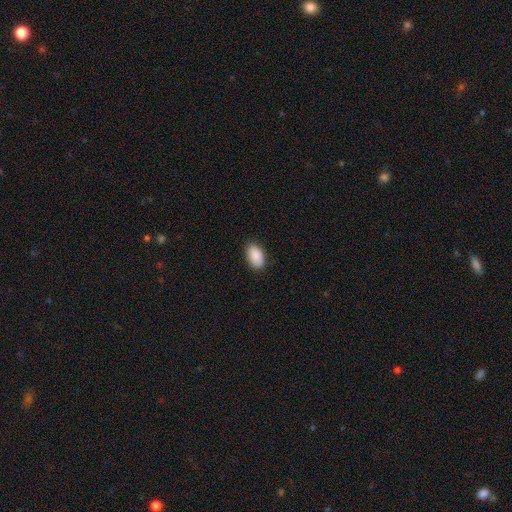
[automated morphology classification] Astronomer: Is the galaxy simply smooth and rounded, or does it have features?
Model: smooth — 90%.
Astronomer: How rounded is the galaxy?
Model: in between — 94%.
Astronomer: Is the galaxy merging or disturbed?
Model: none — 86%.